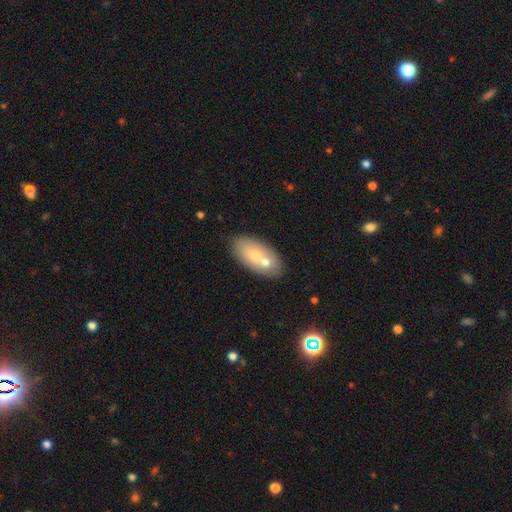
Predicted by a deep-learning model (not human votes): A smooth galaxy with no disk features (64%) that is in between round and cigar-shaped (91%). Merging: none (53%).